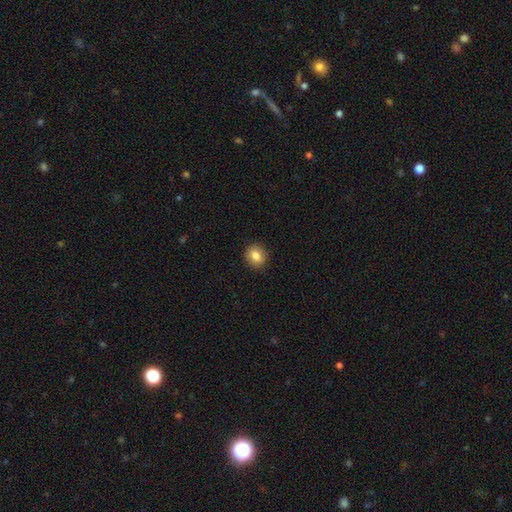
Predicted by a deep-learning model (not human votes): A smooth galaxy with no disk features (84%) that is round (73%). Merging: none (91%).